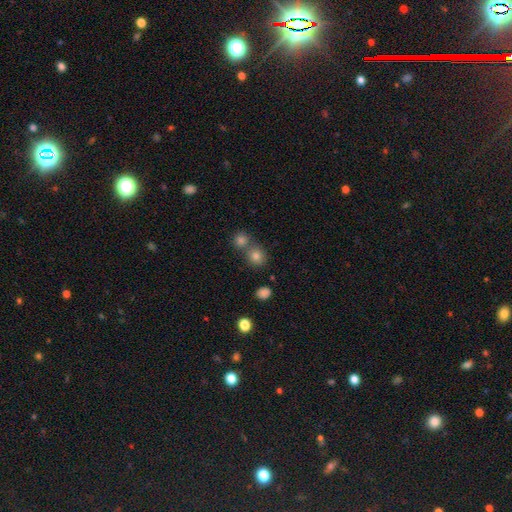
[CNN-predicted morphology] A smooth galaxy with no disk features (76%) that is round (85%). Merging: none (60%).